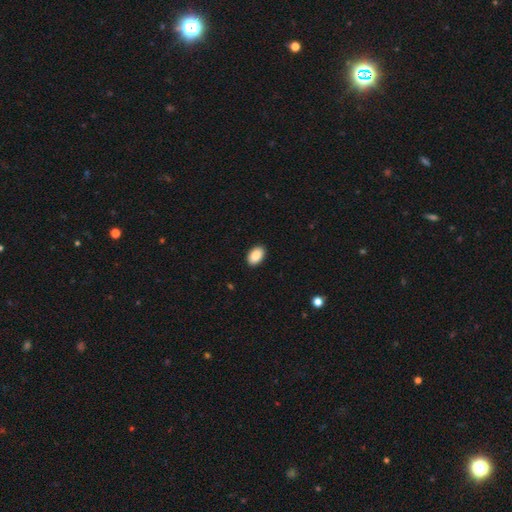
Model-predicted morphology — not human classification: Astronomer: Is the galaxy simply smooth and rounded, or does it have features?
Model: smooth — 90%.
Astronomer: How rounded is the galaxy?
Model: in between — 92%.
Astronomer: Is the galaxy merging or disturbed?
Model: none — 91%.